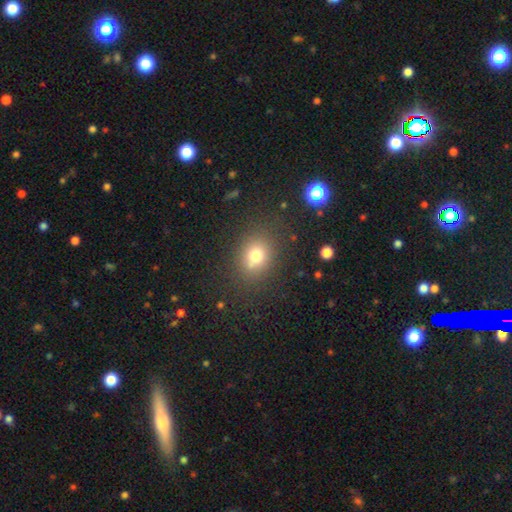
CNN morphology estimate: type=smooth (73%); roundness=round (57%); merging=none (75%).